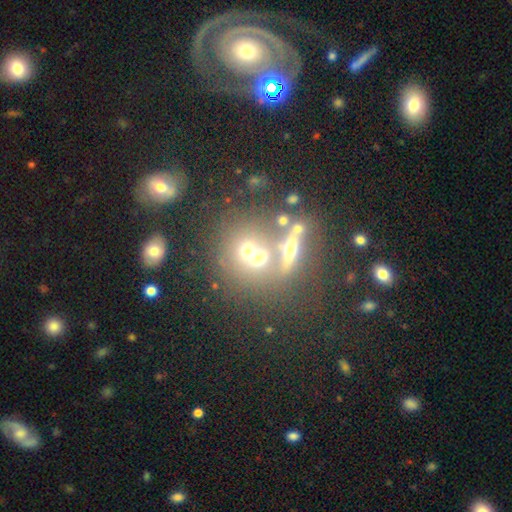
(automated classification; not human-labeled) Morphology: type=smooth (42%); merging=merger (46%).